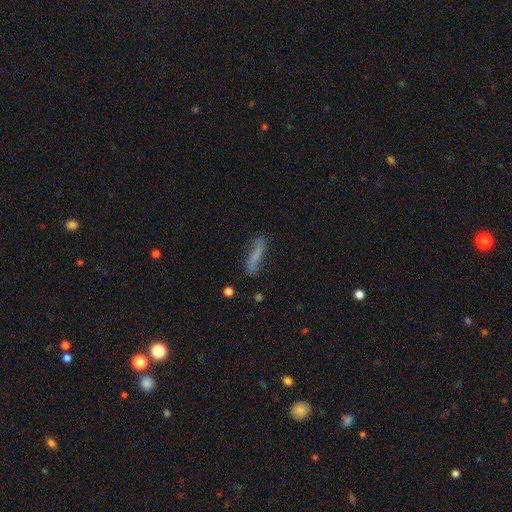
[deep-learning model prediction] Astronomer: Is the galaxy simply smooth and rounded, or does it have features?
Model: smooth — 53% (runner-up: featured or disk, 38%).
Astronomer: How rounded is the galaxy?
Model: cigar-shaped — 75%.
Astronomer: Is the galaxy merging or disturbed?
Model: none — 71%.